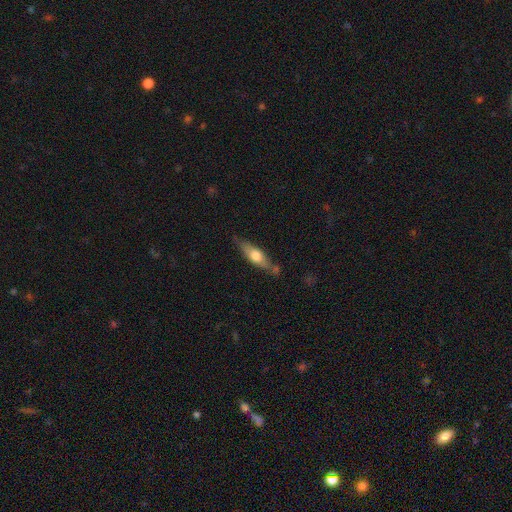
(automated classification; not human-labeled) Smooth or featured? Predicted: smooth (p=0.47, tied with featured or disk). Merging? Predicted: none (p=0.69).